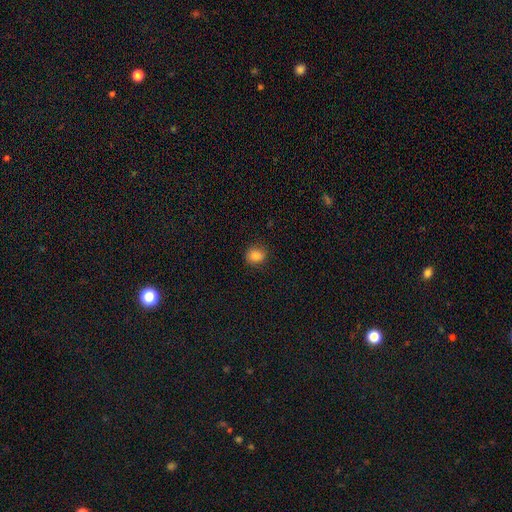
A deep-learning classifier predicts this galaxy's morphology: smooth-or-featured: smooth: 84% | star or artifact: 11% | featured or disk: 5%
  how-rounded: round: 68% | in between: 31% | cigar-shaped: 1%
  merging: none: 87% | minor disturbance: 10% | major disturbance: 2% | merger: 1%